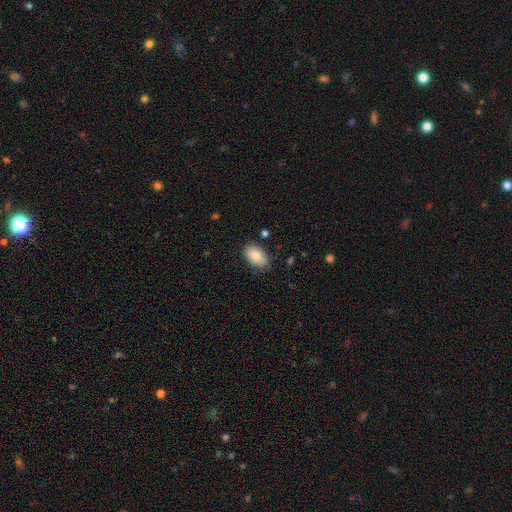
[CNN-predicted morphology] Overall: smooth (85%). How rounded: in between (93%). Merging: none (85%).